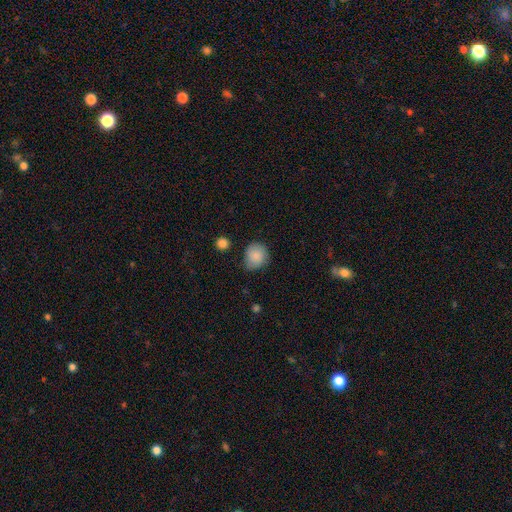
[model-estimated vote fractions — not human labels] smooth-or-featured: smooth: 86% | star or artifact: 8% | featured or disk: 6%
  how-rounded: round: 78% | in between: 21% | cigar-shaped: 1%
  merging: none: 67% | minor disturbance: 25% | major disturbance: 5% | merger: 3%